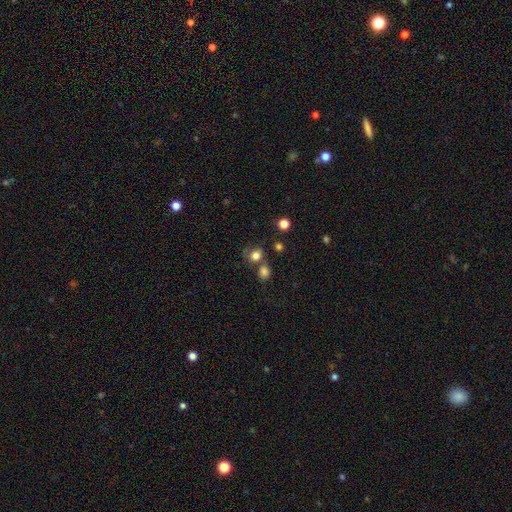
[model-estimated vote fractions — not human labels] A smooth galaxy with no disk features (79%) that is round (69%).

Vote fractions:
- Smooth or featured? smooth: 79% / star or artifact: 13% / featured or disk: 8%
- How rounded? round: 69% / in between: 30% / cigar-shaped: 1%
- Merging? none: 59% / merger: 22% / minor disturbance: 14% / major disturbance: 5%